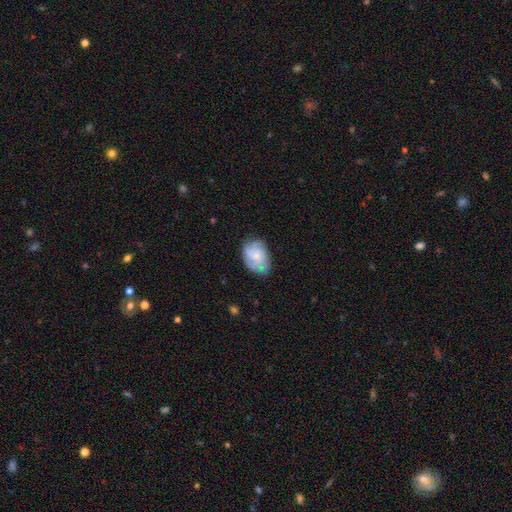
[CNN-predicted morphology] Smooth or featured? Predicted: featured or disk (p=0.61). Edge-on disk? Predicted: no (p=0.97). Bar? Predicted: no (p=0.72). Spiral arms? Predicted: yes (p=0.90). Spiral winding? Predicted: tight (p=0.45). Spiral arm count? Predicted: can't tell (p=0.31). Bulge size? Predicted: small (p=0.61). Merging? Predicted: none (p=0.68).